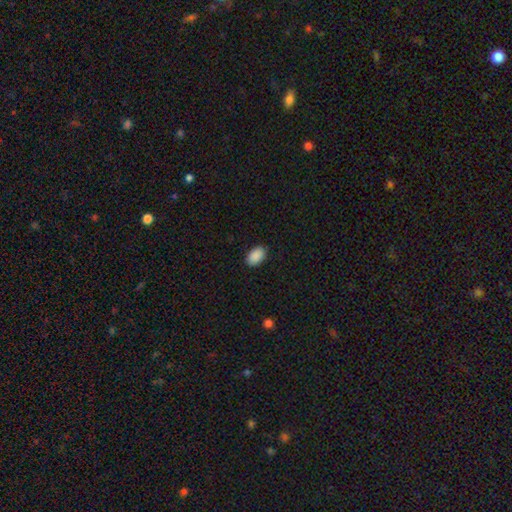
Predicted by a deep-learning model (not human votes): smooth 91%, star or artifact 7%, featured or disk 2%. Down the decision tree: how rounded — in between (91%); merging — none (89%).